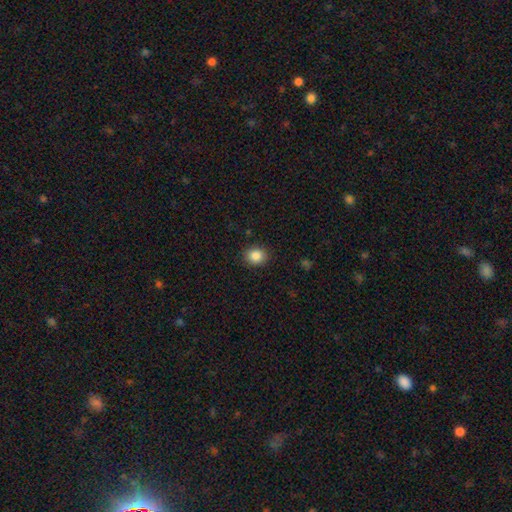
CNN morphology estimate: smooth_or_featured: smooth (p=0.86) [alt: star or artifact p=0.09]
how_rounded: round (p=0.69) [alt: in between p=0.30]
merging: none (p=0.88) [alt: minor disturbance p=0.08]